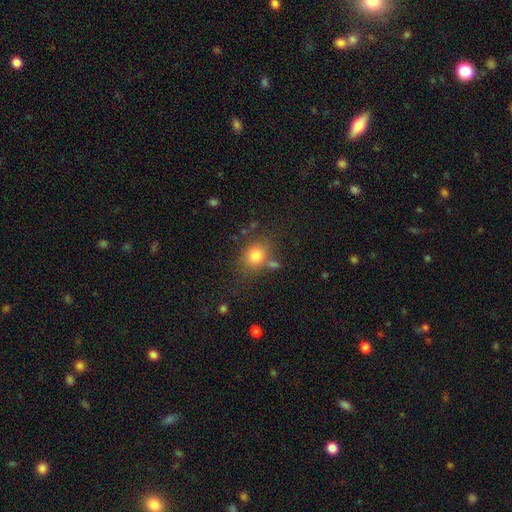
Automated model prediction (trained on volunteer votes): smooth_or_featured: smooth (p=0.80) [alt: star or artifact p=0.11]
how_rounded: round (p=0.56) [alt: in between p=0.43]
merging: none (p=0.68) [alt: minor disturbance p=0.15]